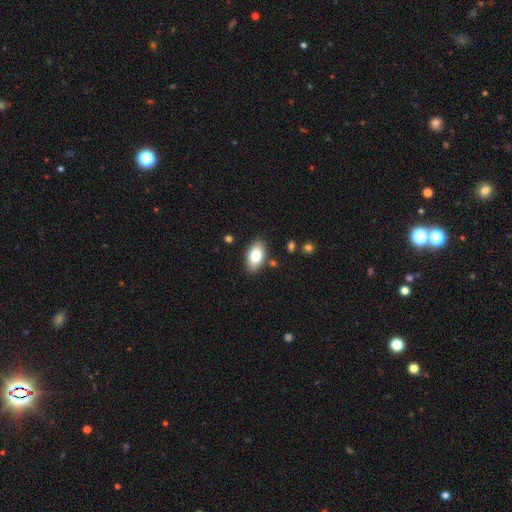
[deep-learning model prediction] smooth-or-featured: smooth: 81% | featured or disk: 12% | star or artifact: 7%
  how-rounded: in between: 93% | round: 4% | cigar-shaped: 2%
  merging: none: 86% | minor disturbance: 10% | major disturbance: 2% | merger: 2%